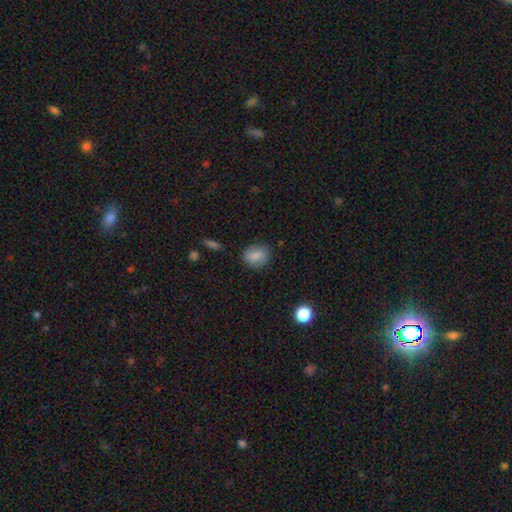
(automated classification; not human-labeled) smooth_or_featured: smooth (p=0.80) [alt: featured or disk p=0.11]
how_rounded: round (p=0.51) [alt: in between p=0.48]
merging: none (p=0.80) [alt: minor disturbance p=0.15]